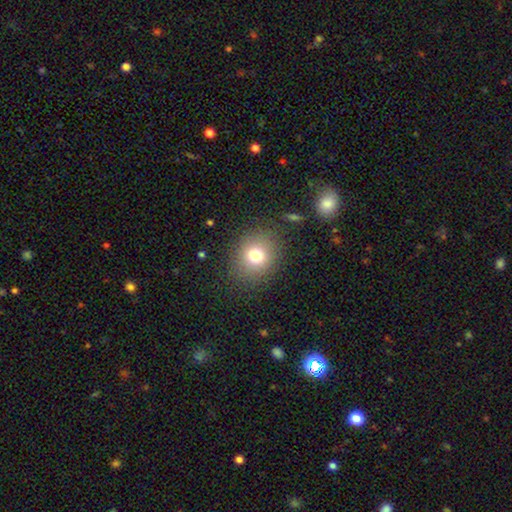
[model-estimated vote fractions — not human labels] Smooth or featured? Predicted: smooth (p=0.75). How rounded? Predicted: round (p=0.68). Merging? Predicted: none (p=0.84).